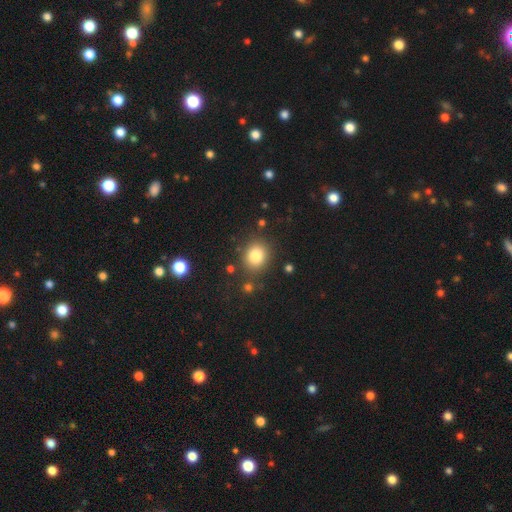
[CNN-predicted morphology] Smooth or featured? smooth (81%)
How rounded? round (73%)
Merging? none (84%)